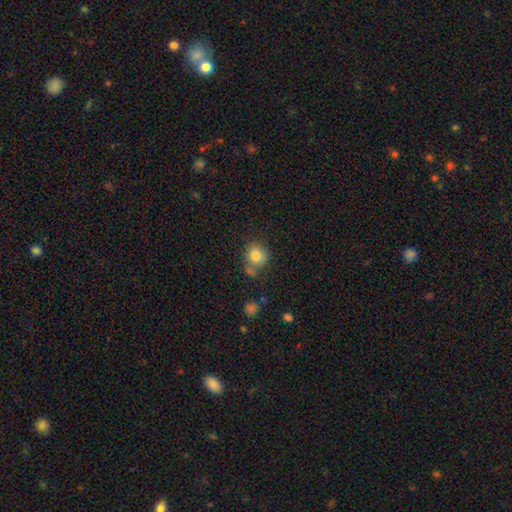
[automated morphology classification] type=smooth (81%); roundness=round (84%); merging=none (66%).